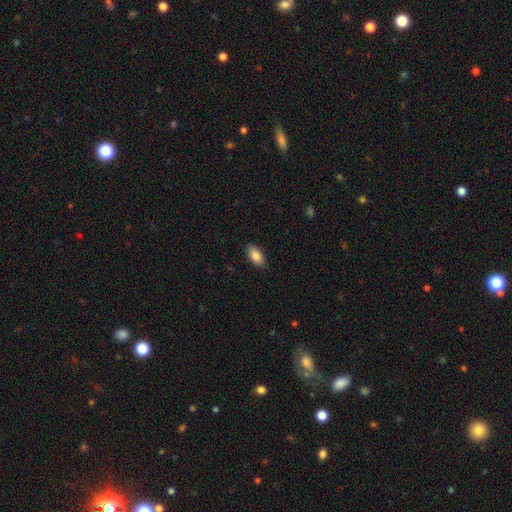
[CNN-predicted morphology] Smooth or featured: smooth — 87% (star or artifact — 7%)
How rounded: in between — 92% (cigar-shaped — 6%)
Merging: none — 88% (minor disturbance — 9%)